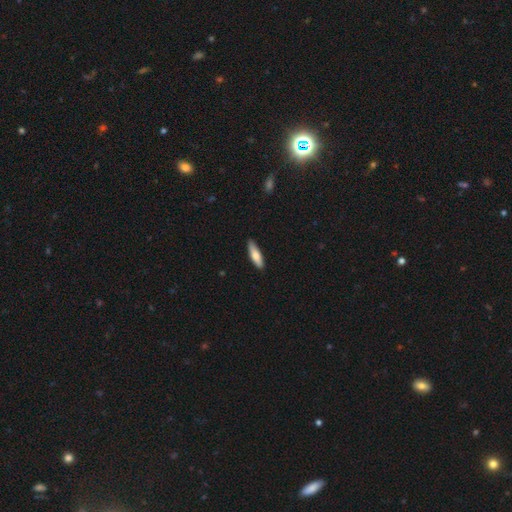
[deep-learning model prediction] Q: Smooth or featured?
A: smooth (71%); runner-up: featured or disk (24%)
Q: How rounded?
A: cigar-shaped (65%); runner-up: in between (33%)
Q: Merging?
A: none (88%); runner-up: minor disturbance (9%)